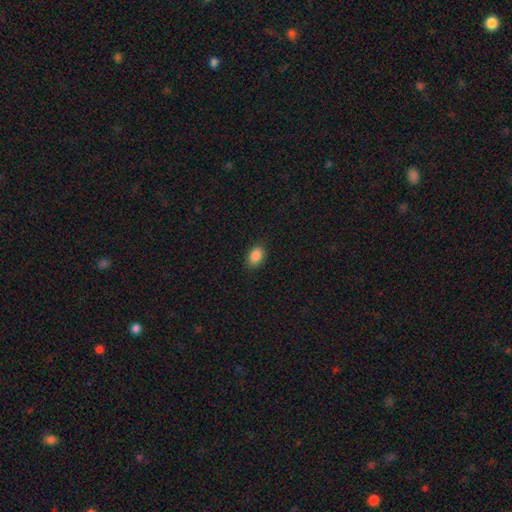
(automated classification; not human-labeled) Morphology: type=smooth (88%); roundness=in between (84%); merging=none (87%).